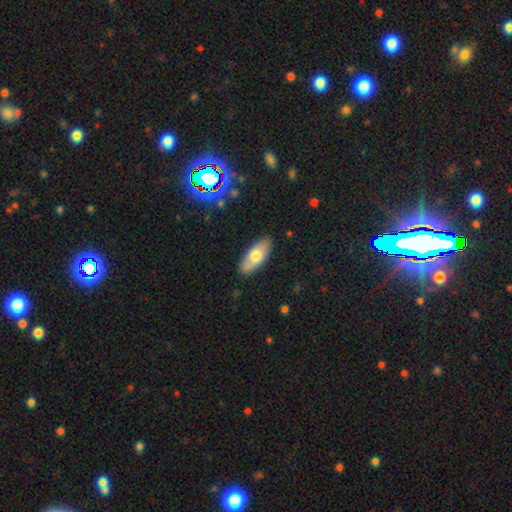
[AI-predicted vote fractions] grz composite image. It shows a smooth galaxy with no disk features (68%) that is in between round and cigar-shaped (83%). Merging: none (86%).